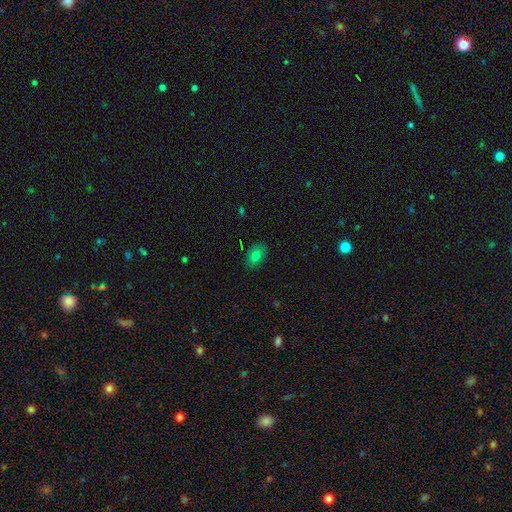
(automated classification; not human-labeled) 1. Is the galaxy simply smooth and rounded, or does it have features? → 73% smooth, 17% featured or disk, 10% star or artifact.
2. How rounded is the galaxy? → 83% in between, 15% round, 1% cigar-shaped.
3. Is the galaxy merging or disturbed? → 85% none, 12% minor disturbance, 3% major disturbance, 1% merger.